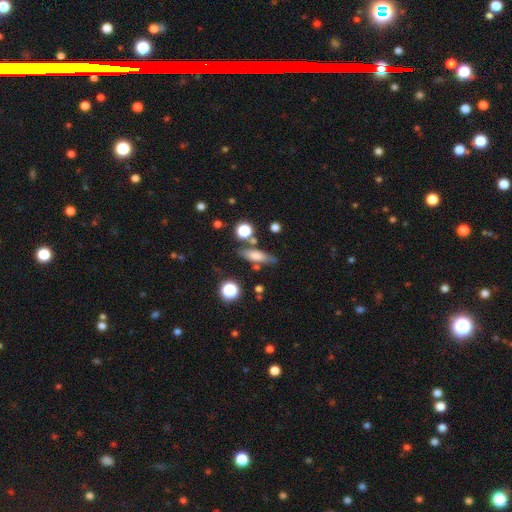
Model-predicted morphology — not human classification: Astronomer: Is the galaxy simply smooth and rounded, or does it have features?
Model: smooth — 62%.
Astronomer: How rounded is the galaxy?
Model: cigar-shaped — 54% (runner-up: in between, 40%).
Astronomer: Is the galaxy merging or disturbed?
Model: none — 74%.